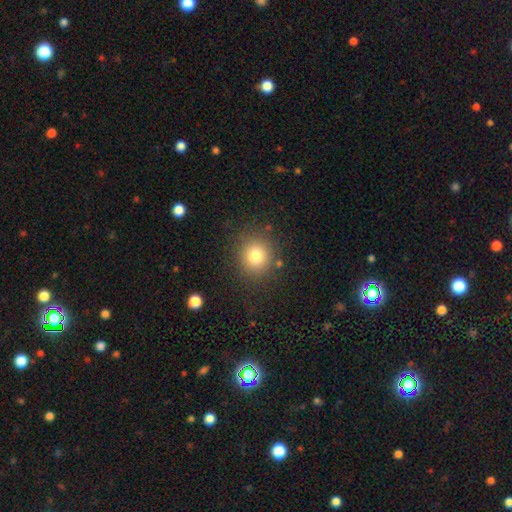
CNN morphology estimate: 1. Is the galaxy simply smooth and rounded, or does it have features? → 79% smooth, 13% star or artifact, 8% featured or disk.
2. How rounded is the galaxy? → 86% round, 13% in between, 1% cigar-shaped.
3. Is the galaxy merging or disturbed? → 85% none, 9% minor disturbance, 4% major disturbance, 2% merger.